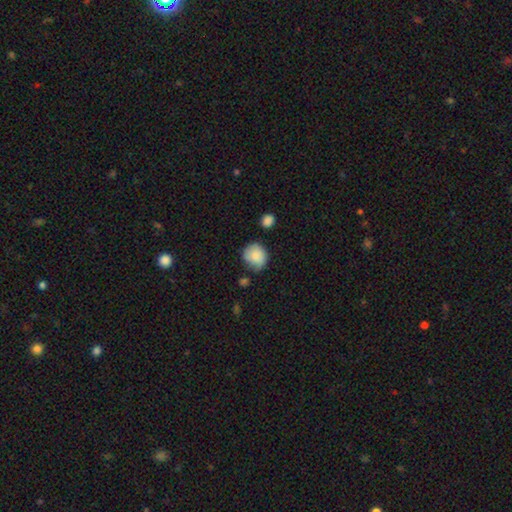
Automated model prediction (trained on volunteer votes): This is clearly a smooth galaxy (81%). How rounded: likely round (77%). Merging: possibly none (59%).